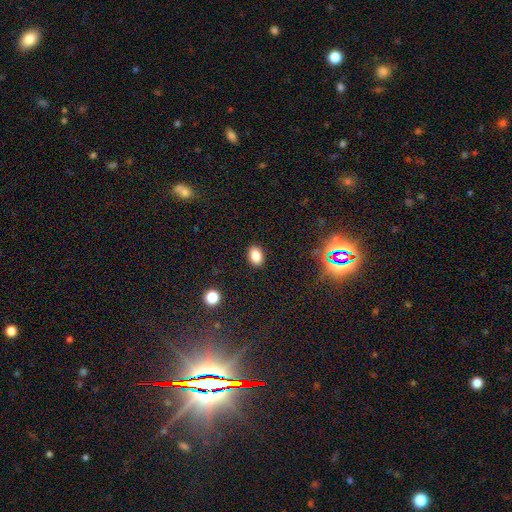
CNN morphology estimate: Overall: smooth (84%). How rounded: in between (77%). Merging: none (88%).